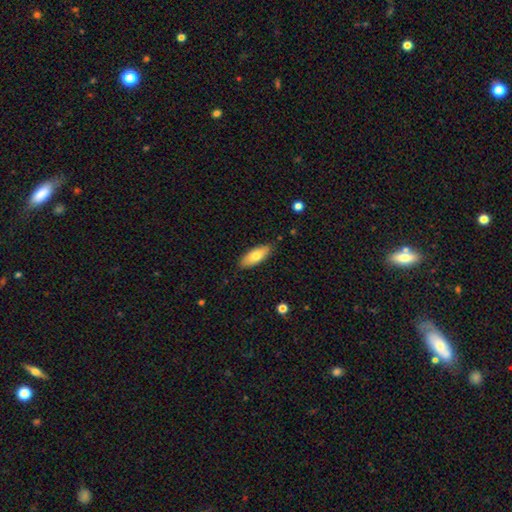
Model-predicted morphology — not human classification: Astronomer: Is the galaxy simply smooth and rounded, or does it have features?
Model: smooth — 75%.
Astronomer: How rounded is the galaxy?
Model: in between — 75%.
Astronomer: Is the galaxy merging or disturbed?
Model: none — 87%.